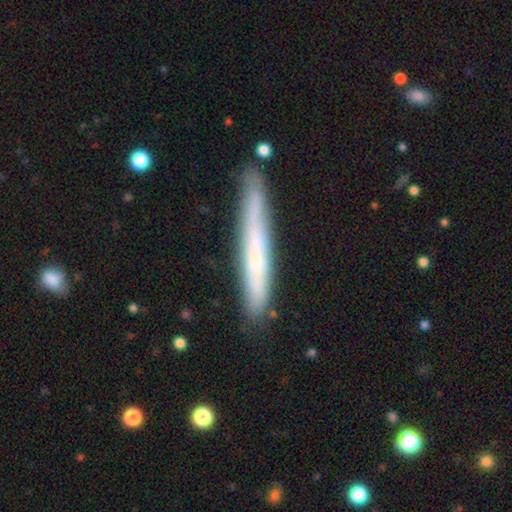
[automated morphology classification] A smooth galaxy with no disk features (51%) that is cigar-shaped (96%).

Vote fractions:
- Smooth or featured? smooth: 51% / featured or disk: 42% / star or artifact: 7%
- How rounded? cigar-shaped: 96% / in between: 3% / round: 1%
- Merging? none: 82% / minor disturbance: 14% / major disturbance: 2% / merger: 2%